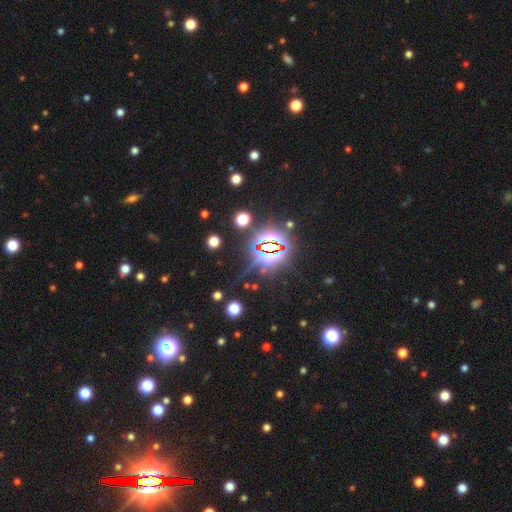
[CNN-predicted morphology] Smooth or featured? star or artifact (83%)